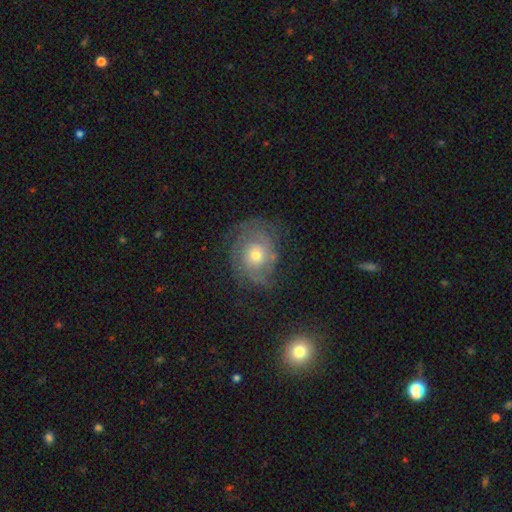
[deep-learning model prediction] Overall: featured or disk (74%). Edge-on disk: no (97%). Bar: no (82%). Spiral arms: yes (89%). Spiral arm count: can't tell (36%; 2 31%). Spiral winding: tight (64%; medium 27%). Bulge size: moderate (65%; small 27%). Merging: none (69%).